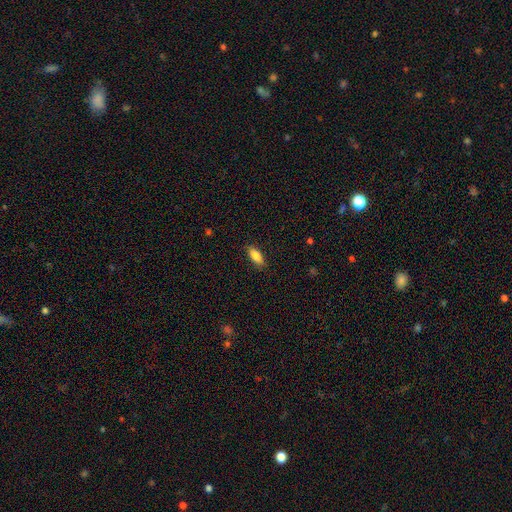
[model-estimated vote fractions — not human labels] Smooth or featured? smooth (84%)
How rounded? in between (79%)
Merging? none (87%)